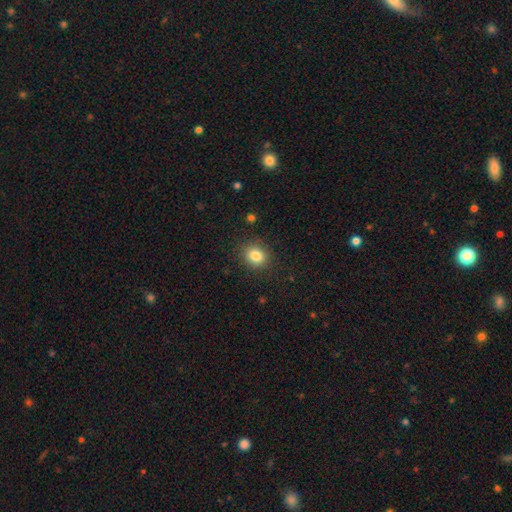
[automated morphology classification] The model was most divided on "how rounded": round: 66%, in between: 33%, cigar-shaped: 1%. More confident: merging — none (87%); smooth or featured — smooth (83%).